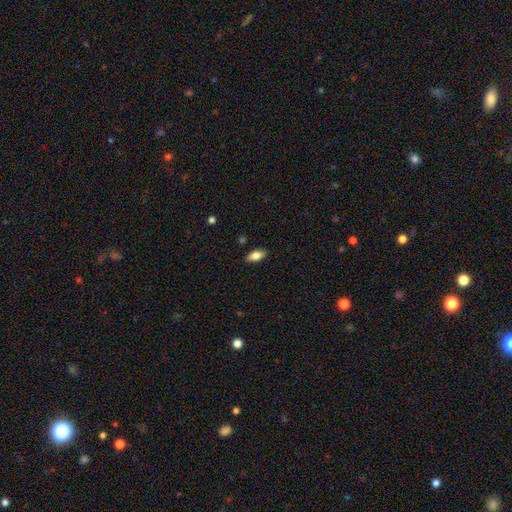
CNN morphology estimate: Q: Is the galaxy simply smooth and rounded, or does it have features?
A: smooth — 80%.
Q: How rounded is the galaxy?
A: in between — 88%.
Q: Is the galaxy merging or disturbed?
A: none — 88%.